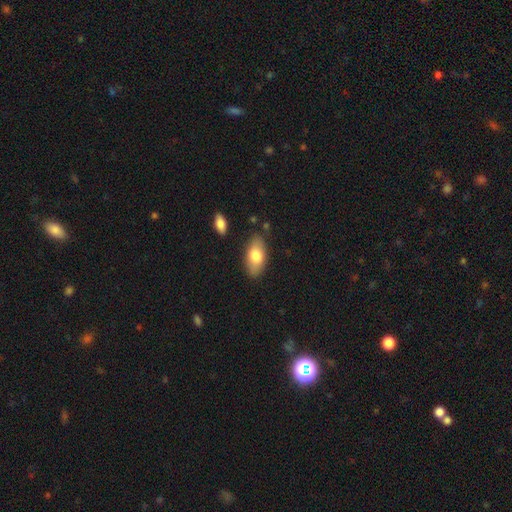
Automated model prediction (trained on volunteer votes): Morphology: type=smooth (77%); roundness=in between (91%); merging=none (82%).